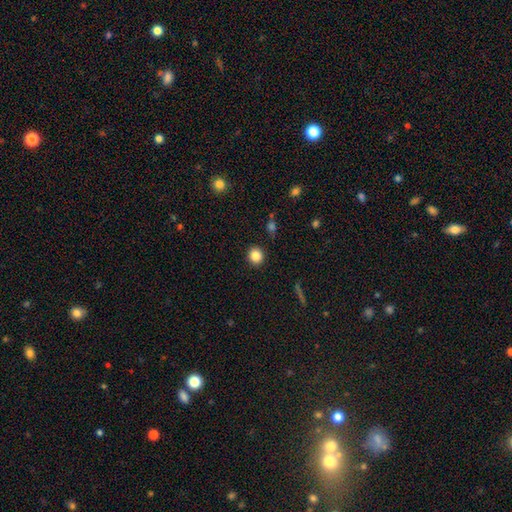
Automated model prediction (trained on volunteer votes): Smooth or featured: smooth — 85% (star or artifact — 10%)
How rounded: round — 90% (in between — 9%)
Merging: none — 91% (minor disturbance — 6%)